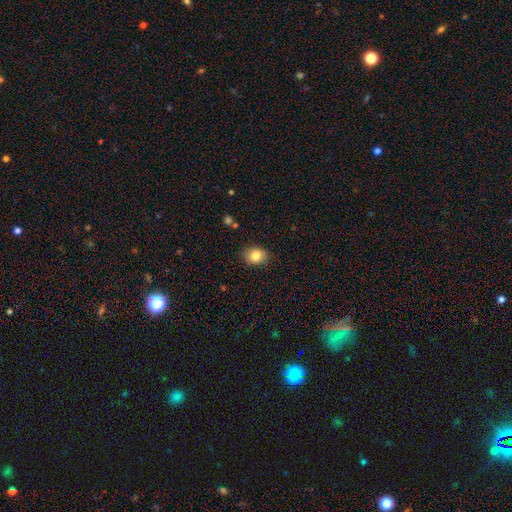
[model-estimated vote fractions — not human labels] Overall: smooth (83%). How rounded: round (54%; in between 45%). Merging: none (84%).